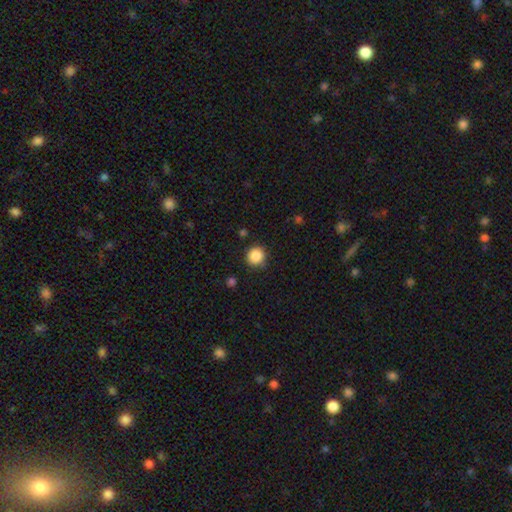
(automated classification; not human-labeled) The model was most divided on "smooth or featured": smooth: 86%, star or artifact: 10%, featured or disk: 3%. More confident: how rounded — round (94%); merging — none (87%).